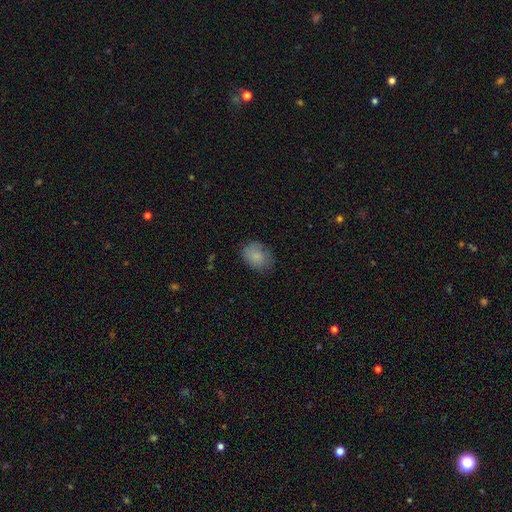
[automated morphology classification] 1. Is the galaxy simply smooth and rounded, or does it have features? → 84% smooth, 8% star or artifact, 8% featured or disk.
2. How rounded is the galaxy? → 62% in between, 37% round, 1% cigar-shaped.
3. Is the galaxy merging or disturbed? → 72% none, 21% minor disturbance, 6% major disturbance, 1% merger.